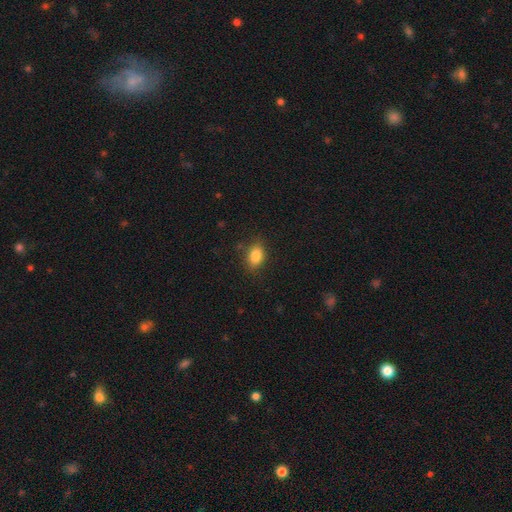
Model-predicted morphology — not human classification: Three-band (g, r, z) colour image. It shows a smooth galaxy with no disk features (84%) that is in between round and cigar-shaped (80%). Merging: none (81%).